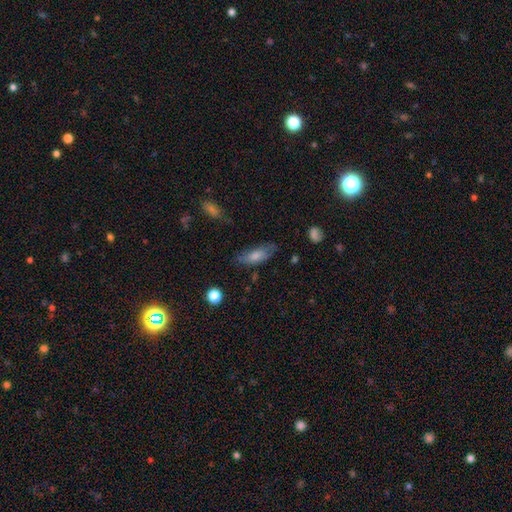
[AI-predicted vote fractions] This is likely a smooth galaxy (72%). How rounded: likely in between (73%). Merging: likely none (64%).